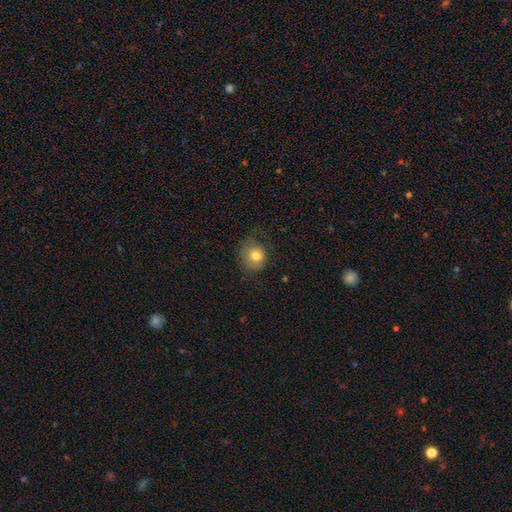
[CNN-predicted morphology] smooth 77%, featured or disk 12%, star or artifact 11%. Down the decision tree: how rounded — round (77%); merging — none (65%).